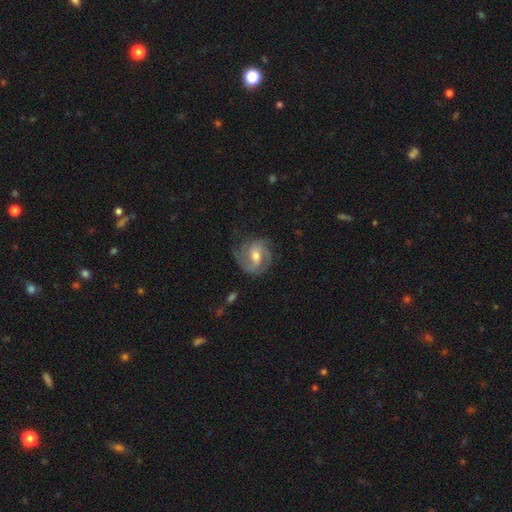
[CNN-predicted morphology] smooth-or-featured: featured or disk: 80% | smooth: 14% | star or artifact: 6%
  disk-edge-on: no: 97% | yes: 3%
    bar: weak: 49% | no: 36% | strong: 15%
    has-spiral-arms: yes: 95% | no: 5%
      spiral-winding: medium: 47% | tight: 34% | loose: 19%
      spiral-arm-count: 2: 41% | 3: 29% | can't tell: 16% | 4: 5% | 1: 5% | more than 4: 4%
    bulge-size: moderate: 66% | small: 27% | large: 5% | none: 2% | dominant: 1%
  merging: none: 68% | minor disturbance: 20% | major disturbance: 11% | merger: 1%